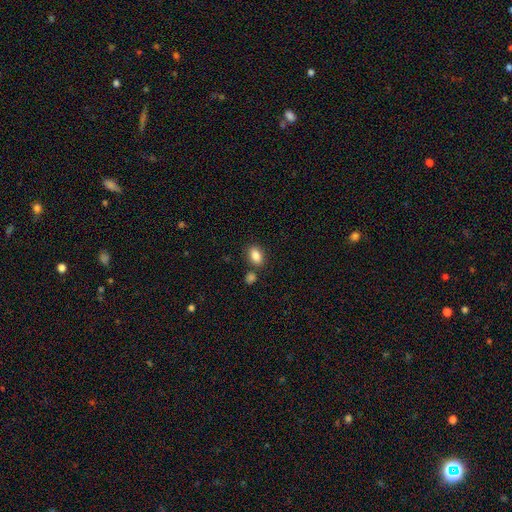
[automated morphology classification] Q: Smooth or featured?
A: smooth (87%); runner-up: star or artifact (8%)
Q: How rounded?
A: in between (87%); runner-up: round (11%)
Q: Merging?
A: none (76%); runner-up: minor disturbance (11%)